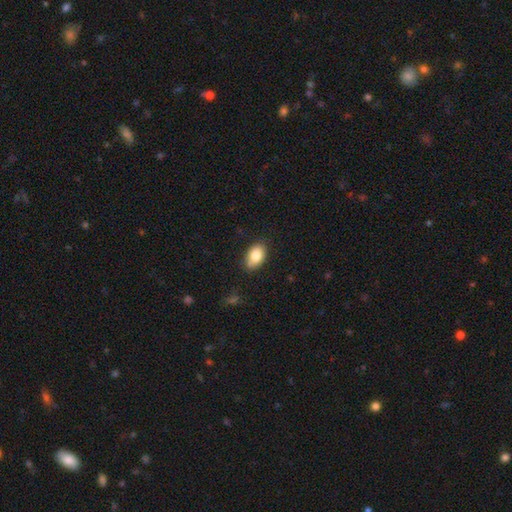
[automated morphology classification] Smooth or featured? smooth (83%)
How rounded? in between (90%)
Merging? none (78%)